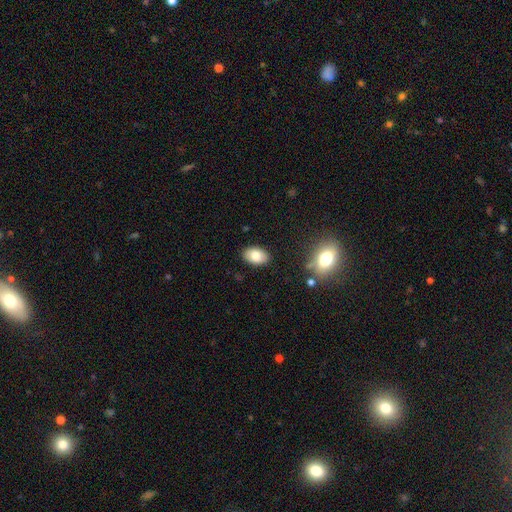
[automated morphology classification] A smooth galaxy with no disk features (81%) that is in between round and cigar-shaped (90%).

Vote fractions:
- Smooth or featured? smooth: 81% / featured or disk: 11% / star or artifact: 8%
- How rounded? in between: 90% / round: 9% / cigar-shaped: 1%
- Merging? none: 88% / minor disturbance: 9% / major disturbance: 2% / merger: 1%